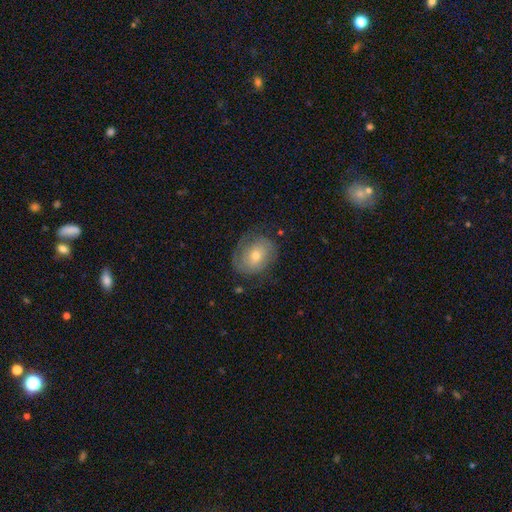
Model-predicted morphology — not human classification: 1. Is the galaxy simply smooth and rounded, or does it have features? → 72% featured or disk, 21% smooth, 7% star or artifact.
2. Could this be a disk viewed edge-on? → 97% no, 3% yes.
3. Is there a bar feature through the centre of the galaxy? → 66% no, 28% weak, 6% strong.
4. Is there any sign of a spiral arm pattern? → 89% yes, 11% no.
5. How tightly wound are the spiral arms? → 59% tight, 30% medium, 11% loose.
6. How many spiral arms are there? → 58% 2, 23% can't tell, 9% 1, 6% 3, 2% 4, 2% more than 4.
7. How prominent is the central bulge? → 53% moderate, 42% small, 3% large, 1% none, 1% dominant.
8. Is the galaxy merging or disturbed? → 71% none, 18% minor disturbance, 9% major disturbance, 1% merger.